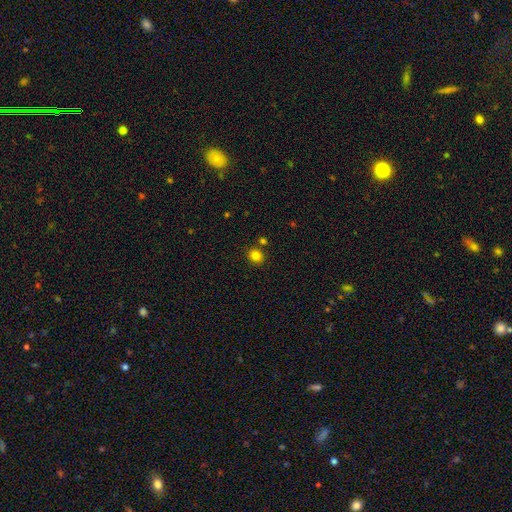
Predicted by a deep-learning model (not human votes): A smooth galaxy with no disk features (82%) that is round (76%).

Vote fractions:
- Smooth or featured? smooth: 82% / star or artifact: 13% / featured or disk: 5%
- How rounded? round: 76% / in between: 23% / cigar-shaped: 1%
- Merging? none: 82% / minor disturbance: 8% / merger: 7% / major disturbance: 2%